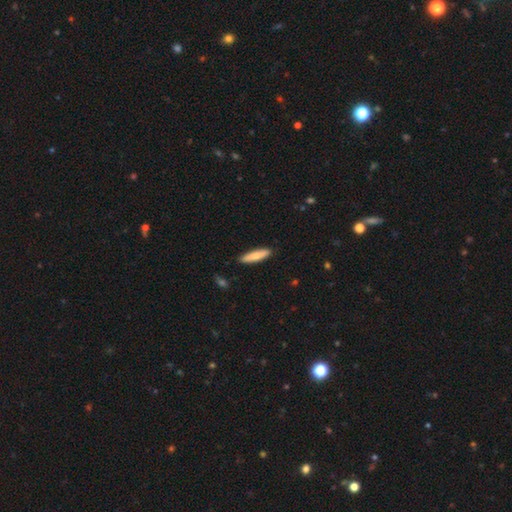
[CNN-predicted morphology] Smooth or featured? smooth (77%)
How rounded? cigar-shaped (80%)
Merging? none (89%)